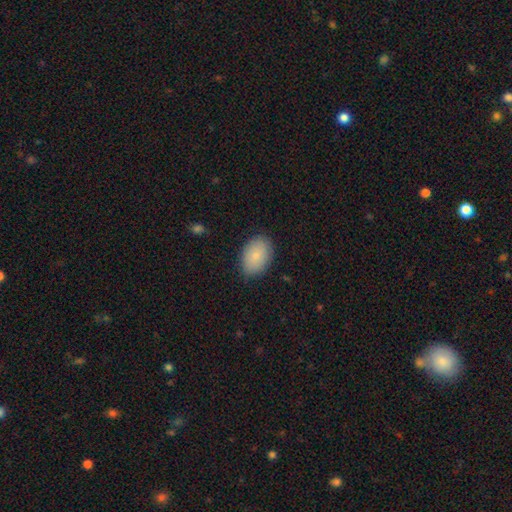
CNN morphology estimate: Q: Smooth or featured?
A: smooth (85%); runner-up: featured or disk (9%)
Q: How rounded?
A: in between (88%); runner-up: round (11%)
Q: Merging?
A: none (84%); runner-up: minor disturbance (12%)